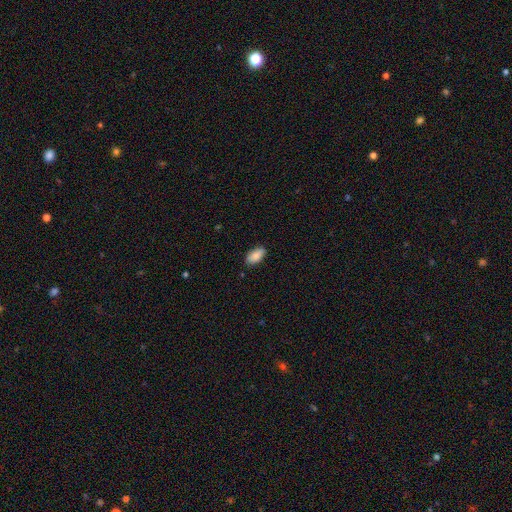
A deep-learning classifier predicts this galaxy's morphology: A smooth galaxy with no disk features (85%) that is in between round and cigar-shaped (93%).

Vote fractions:
- Smooth or featured? smooth: 85% / featured or disk: 8% / star or artifact: 7%
- How rounded? in between: 93% / cigar-shaped: 4% / round: 3%
- Merging? none: 85% / minor disturbance: 12% / major disturbance: 2% / merger: 1%